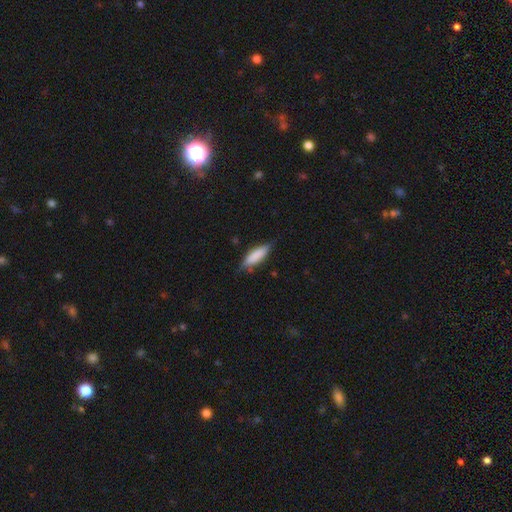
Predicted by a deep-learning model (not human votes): A smooth galaxy with no disk features (81%) that is cigar-shaped (53%). Merging: none (76%).